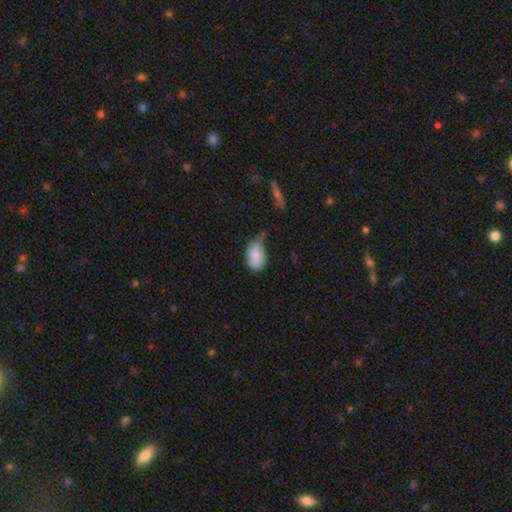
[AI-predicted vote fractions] A smooth galaxy with no disk features (83%) that is in between round and cigar-shaped (86%).

Vote fractions:
- Smooth or featured? smooth: 83% / featured or disk: 10% / star or artifact: 7%
- How rounded? in between: 86% / round: 12% / cigar-shaped: 1%
- Merging? minor disturbance: 43% / none: 34% / major disturbance: 16% / merger: 7%